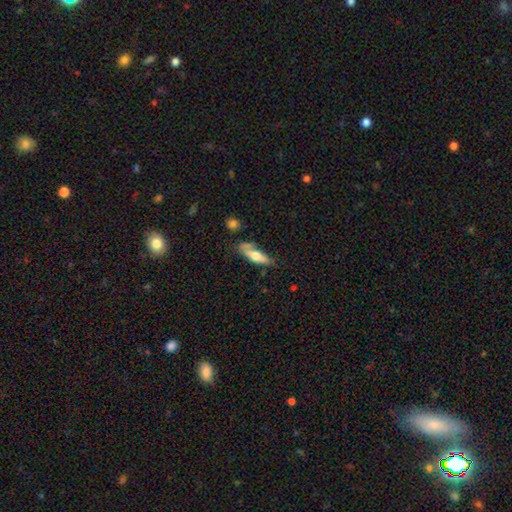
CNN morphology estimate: type=smooth (60%); roundness=in between (50%); merging=none (53%).